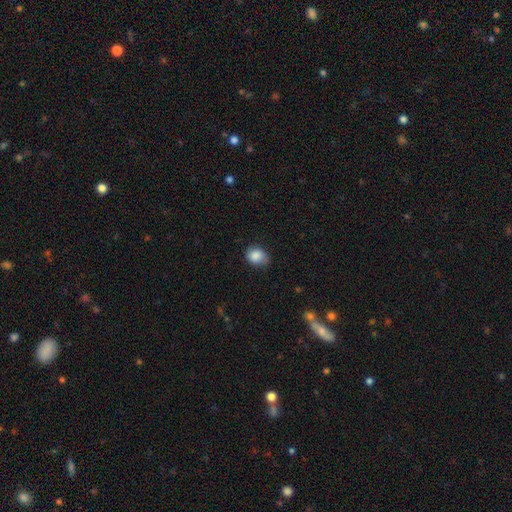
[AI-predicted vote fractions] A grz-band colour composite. It shows a smooth galaxy with no disk features (86%) that is in between round and cigar-shaped (50%). Merging: none (63%).